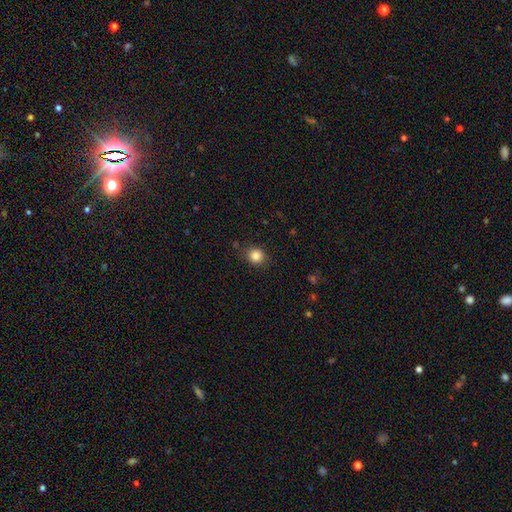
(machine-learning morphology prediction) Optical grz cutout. It shows a smooth galaxy with no disk features (84%) that is round (85%). Merging: none (85%).